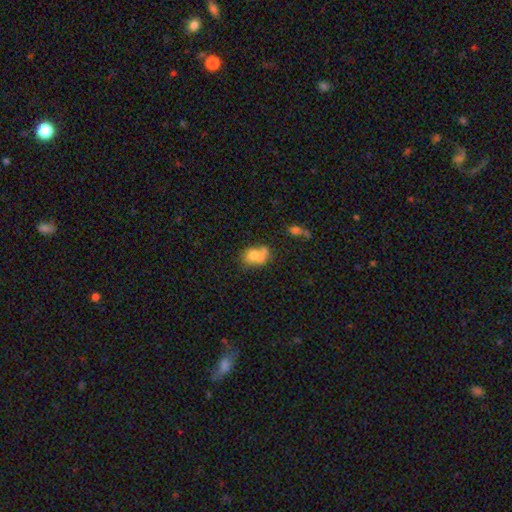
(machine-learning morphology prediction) Smooth or featured?
  - smooth: 67% *
  - featured or disk: 22%
  - star or artifact: 11%
How rounded?
  - in between: 73% *
  - round: 25%
  - cigar-shaped: 2%
Merging?
  - merger: 42% *
  - none: 27%
  - minor disturbance: 17%
  - major disturbance: 13%